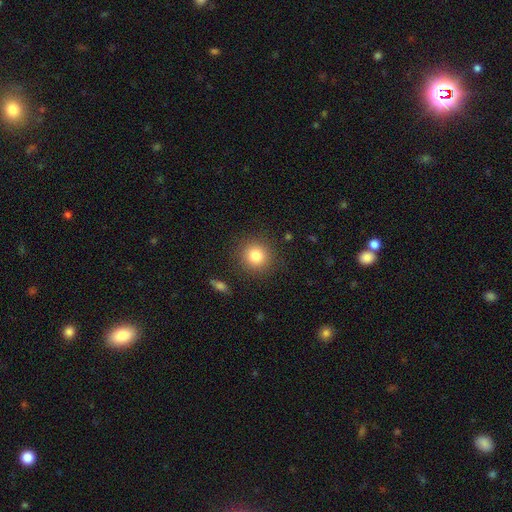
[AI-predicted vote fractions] Overall: smooth (82%). How rounded: round (91%). Merging: none (88%).